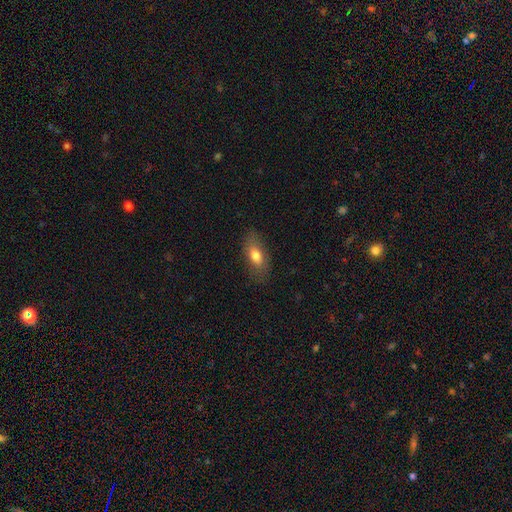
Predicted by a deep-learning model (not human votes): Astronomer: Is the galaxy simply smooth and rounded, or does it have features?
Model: smooth — 75%.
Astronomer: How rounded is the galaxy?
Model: in between — 85%.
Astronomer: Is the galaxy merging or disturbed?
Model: none — 79%.